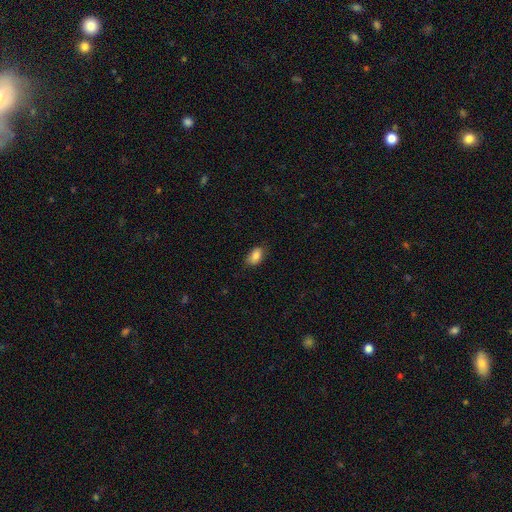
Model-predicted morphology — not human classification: Smooth or featured? Predicted: smooth (p=0.86). How rounded? Predicted: in between (p=0.89). Merging? Predicted: none (p=0.78).